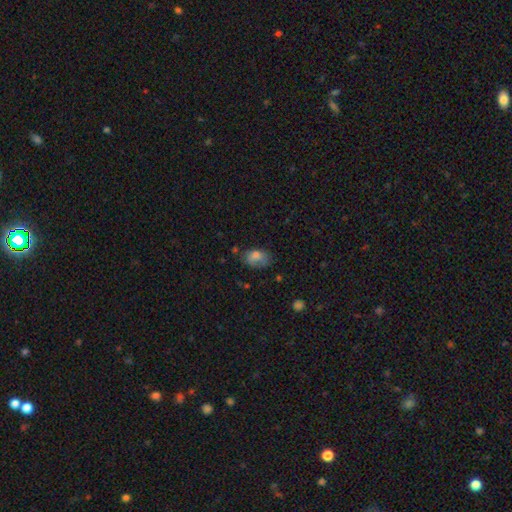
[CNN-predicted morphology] Smooth or featured: smooth — 77% (featured or disk — 13%)
How rounded: in between — 85% (round — 13%)
Merging: none — 56% (minor disturbance — 30%)